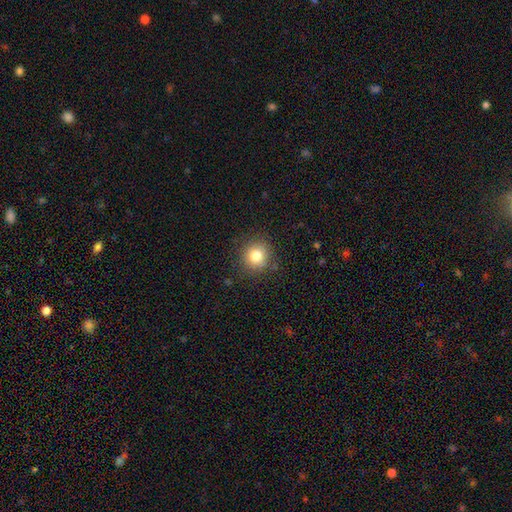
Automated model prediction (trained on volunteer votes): Smooth or featured?
  - smooth: 81% *
  - star or artifact: 12%
  - featured or disk: 8%
How rounded?
  - round: 90% *
  - in between: 9%
  - cigar-shaped: 1%
Merging?
  - none: 87% *
  - minor disturbance: 9%
  - major disturbance: 3%
  - merger: 1%